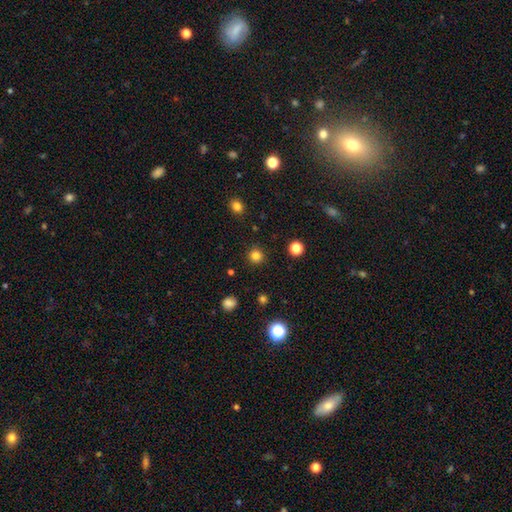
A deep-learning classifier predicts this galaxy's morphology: type=smooth (82%); roundness=round (95%); merging=none (91%).